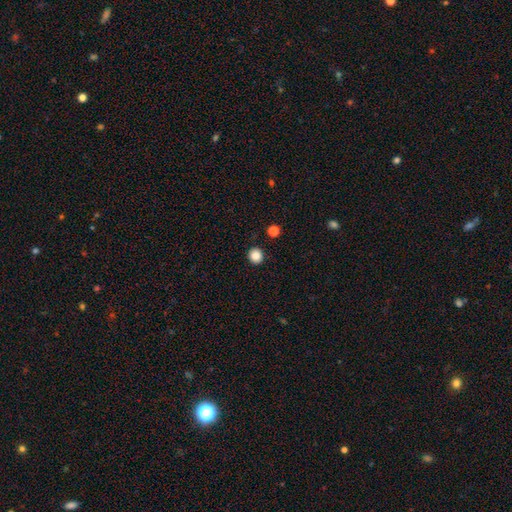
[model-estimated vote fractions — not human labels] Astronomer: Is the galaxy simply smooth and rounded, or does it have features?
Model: smooth — 86%.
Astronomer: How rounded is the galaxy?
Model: round — 91%.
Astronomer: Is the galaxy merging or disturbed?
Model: none — 92%.